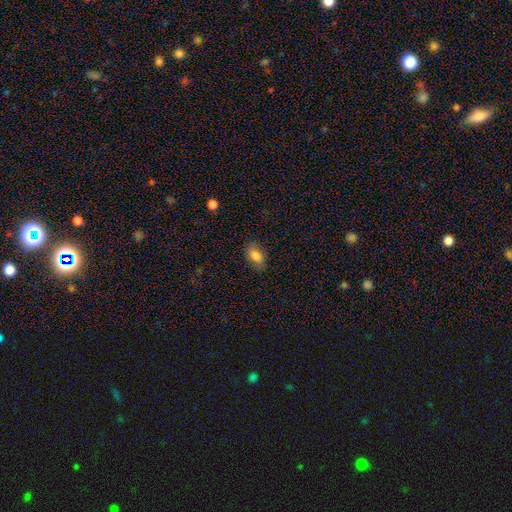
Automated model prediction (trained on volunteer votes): smooth 82%, featured or disk 10%, star or artifact 9%. Down the decision tree: how rounded — in between (88%); merging — none (81%).